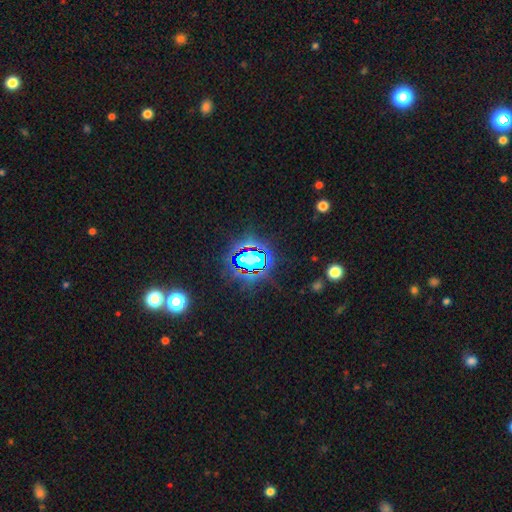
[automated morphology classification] smooth_or_featured: star or artifact (p=0.82) [alt: smooth p=0.11]